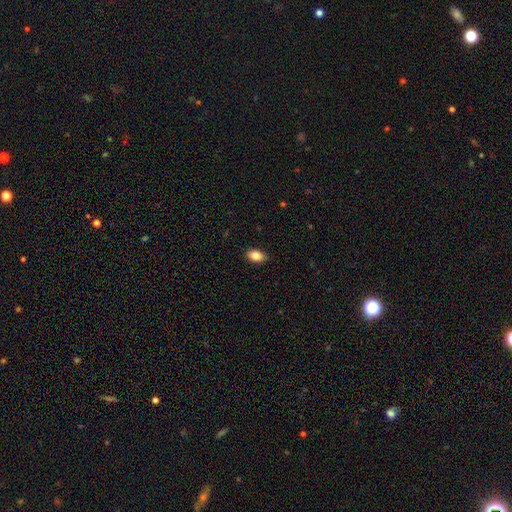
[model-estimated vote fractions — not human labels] This is clearly a smooth galaxy (84%). How rounded: clearly in between (87%). Merging: clearly none (88%).